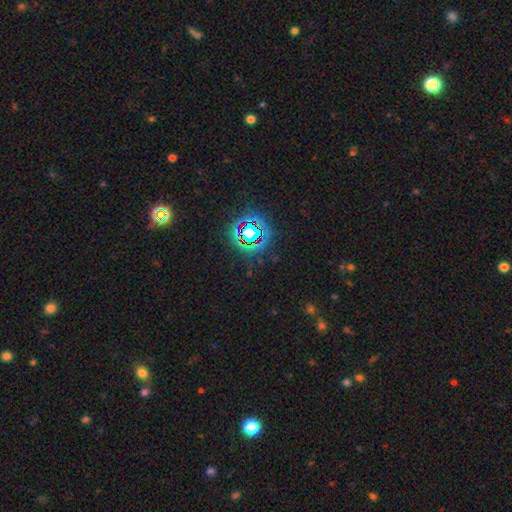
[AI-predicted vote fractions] smooth_or_featured: star or artifact (p=0.63) [alt: smooth p=0.25]